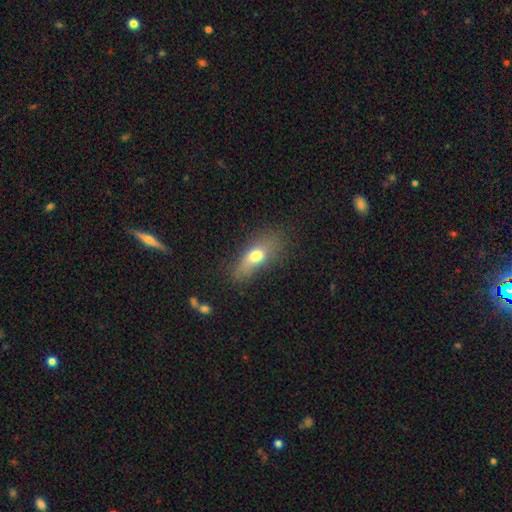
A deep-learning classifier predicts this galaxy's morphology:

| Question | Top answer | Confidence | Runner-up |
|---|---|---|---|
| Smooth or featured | smooth | 68% | featured or disk (22%) |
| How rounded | in between | 69% | cigar-shaped (23%) |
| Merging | none | 52% | minor disturbance (27%) |